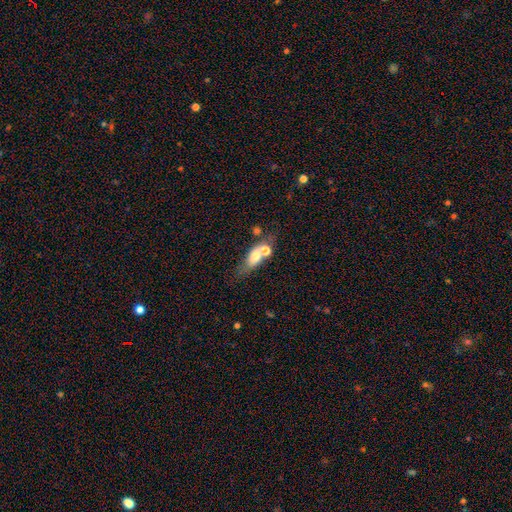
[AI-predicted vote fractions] smooth 62%, featured or disk 28%, star or artifact 10%. Down the decision tree: how rounded — in between (66%); merging — merger (41%).